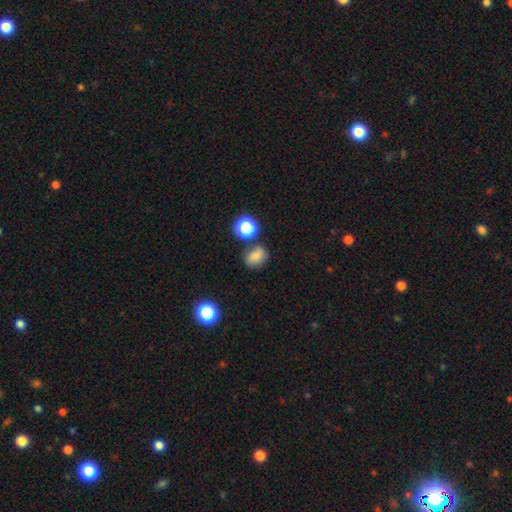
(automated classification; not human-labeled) smooth 77%, star or artifact 15%, featured or disk 9%. Down the decision tree: how rounded — in between (57%); merging — none (66%).